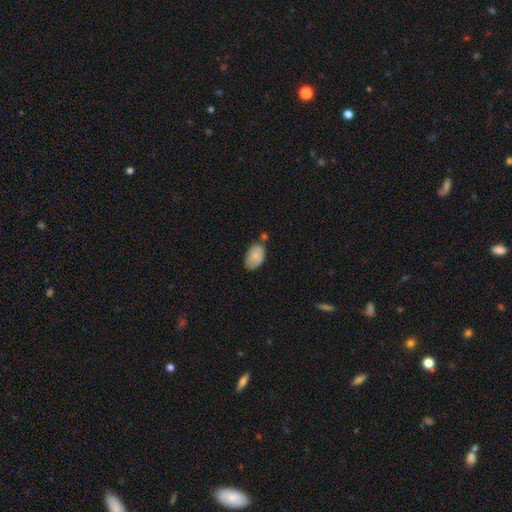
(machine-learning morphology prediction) smooth-or-featured: smooth: 78% | featured or disk: 15% | star or artifact: 7%
  how-rounded: in between: 91% | round: 8% | cigar-shaped: 1%
  merging: none: 61% | minor disturbance: 25% | merger: 8% | major disturbance: 5%